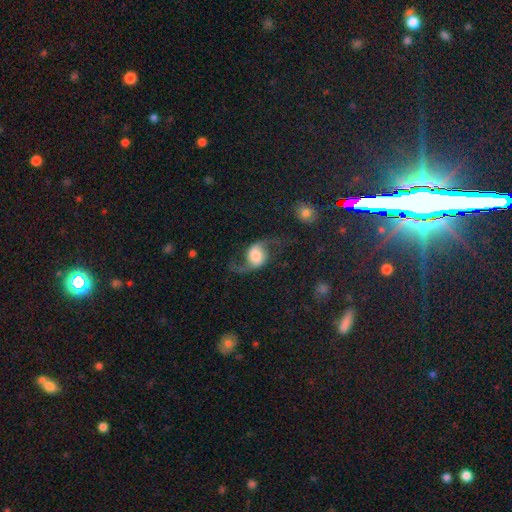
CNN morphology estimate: type=featured or disk (79%); edge-on=no (97%); bar=no (52%); spiral arms=yes (96%); winding=loose (85%); arm count=2 (93%); bulge=large (38%); merging=none (65%).